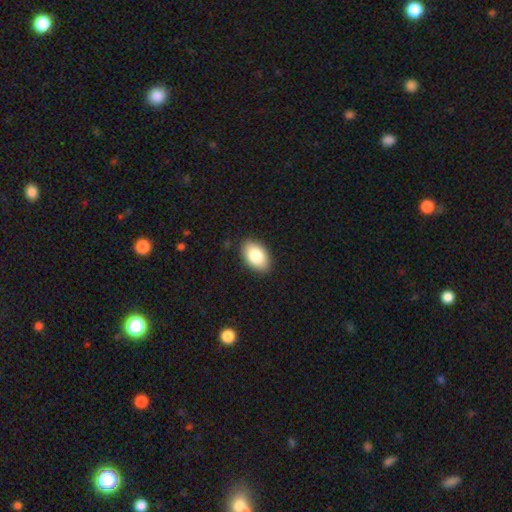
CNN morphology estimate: smooth 84%, featured or disk 10%, star or artifact 7%. Down the decision tree: how rounded — in between (92%); merging — none (89%).